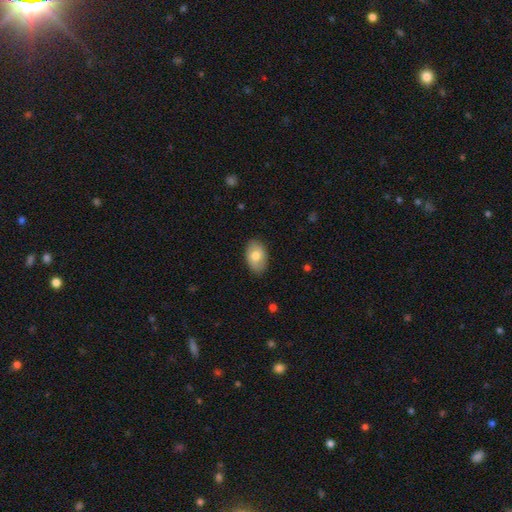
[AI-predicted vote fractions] Smooth or featured? smooth (73%)
How rounded? in between (89%)
Merging? none (84%)